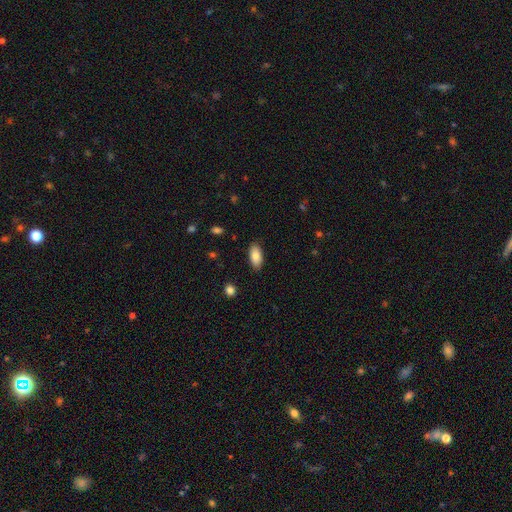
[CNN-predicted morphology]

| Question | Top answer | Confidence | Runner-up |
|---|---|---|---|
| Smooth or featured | smooth | 86% | featured or disk (7%) |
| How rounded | in between | 92% | cigar-shaped (6%) |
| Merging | none | 86% | minor disturbance (10%) |